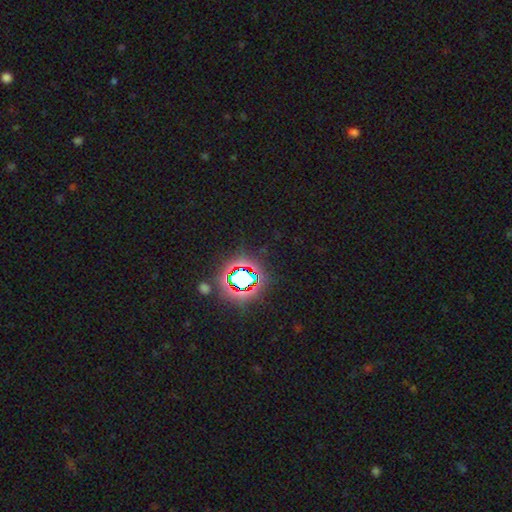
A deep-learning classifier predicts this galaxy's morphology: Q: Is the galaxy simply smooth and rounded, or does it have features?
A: star or artifact — 81%.